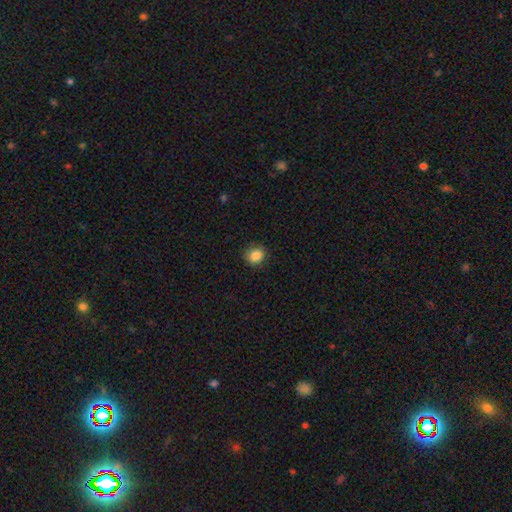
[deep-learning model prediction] Q: Smooth or featured?
A: smooth (85%); runner-up: star or artifact (10%)
Q: How rounded?
A: round (79%); runner-up: in between (20%)
Q: Merging?
A: none (86%); runner-up: minor disturbance (11%)